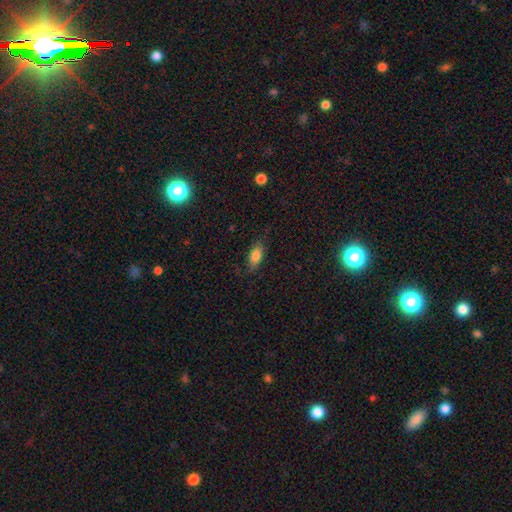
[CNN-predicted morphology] smooth_or_featured: smooth (p=0.79) [alt: featured or disk p=0.13]
how_rounded: in between (p=0.82) [alt: cigar-shaped p=0.14]
merging: none (p=0.78) [alt: minor disturbance p=0.17]